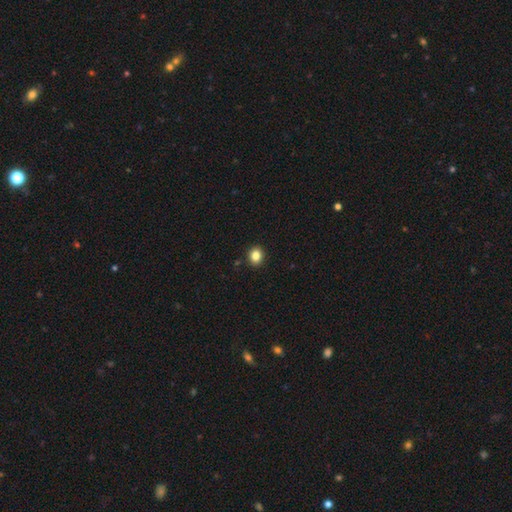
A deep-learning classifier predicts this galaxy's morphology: A smooth galaxy with no disk features (84%) that is round (69%). Merging: none (91%).